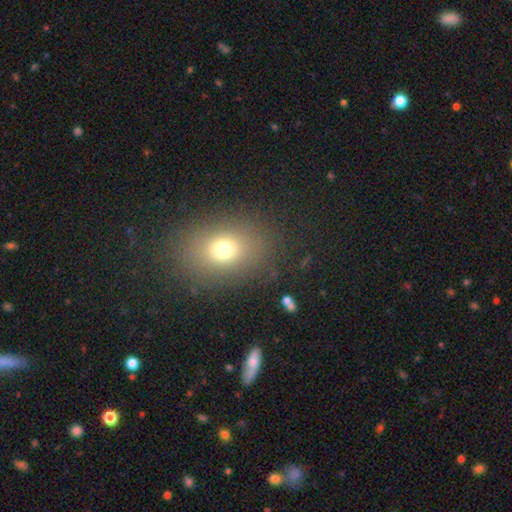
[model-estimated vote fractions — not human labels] A smooth galaxy with no disk features (70%) that is in between round and cigar-shaped (65%).

Vote fractions:
- Smooth or featured? smooth: 70% / star or artifact: 19% / featured or disk: 11%
- How rounded? in between: 65% / round: 33% / cigar-shaped: 2%
- Merging? none: 86% / minor disturbance: 8% / major disturbance: 4% / merger: 2%